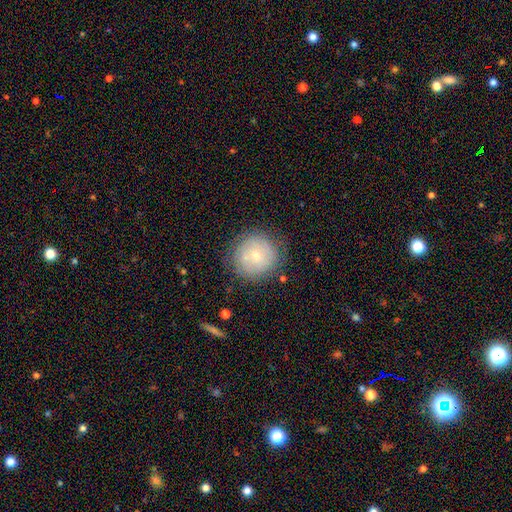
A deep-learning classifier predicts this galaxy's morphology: A smooth galaxy with no disk features (54%) that is round (92%).

Vote fractions:
- Smooth or featured? smooth: 54% / featured or disk: 37% / star or artifact: 9%
- How rounded? round: 92% / in between: 7% / cigar-shaped: 1%
- Merging? none: 77% / minor disturbance: 15% / major disturbance: 5% / merger: 3%